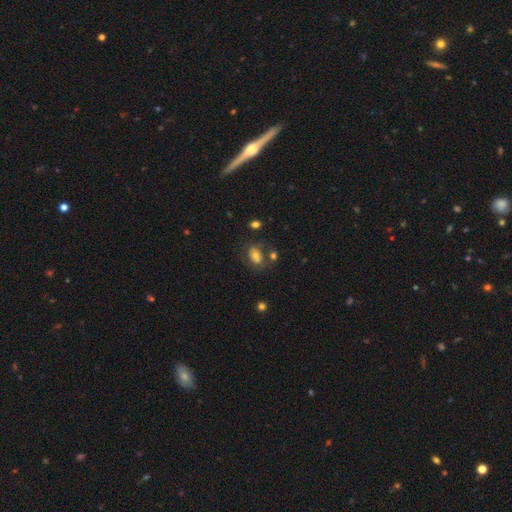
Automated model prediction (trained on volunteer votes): The model was most divided on "smooth or featured": smooth: 60%, featured or disk: 29%, star or artifact: 12%. More confident: how rounded — in between (77%); merging — none (54%).